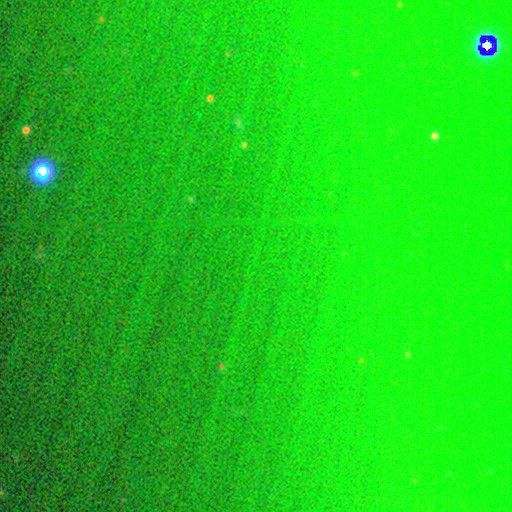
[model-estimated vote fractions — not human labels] Morphology: type=star or artifact (79%).